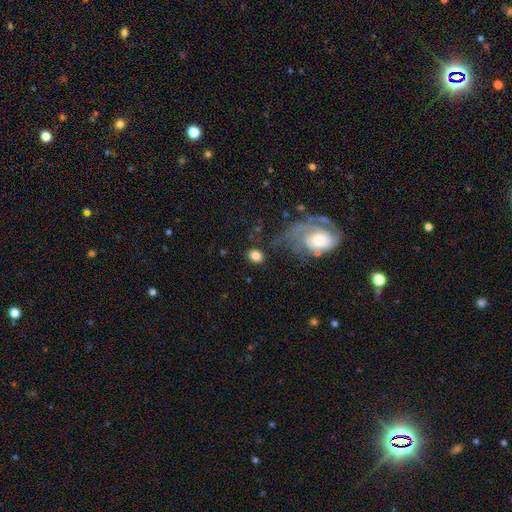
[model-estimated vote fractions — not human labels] smooth-or-featured: smooth: 78% | featured or disk: 14% | star or artifact: 8%
  how-rounded: in between: 59% | round: 40% | cigar-shaped: 1%
  merging: none: 74% | minor disturbance: 13% | major disturbance: 8% | merger: 5%